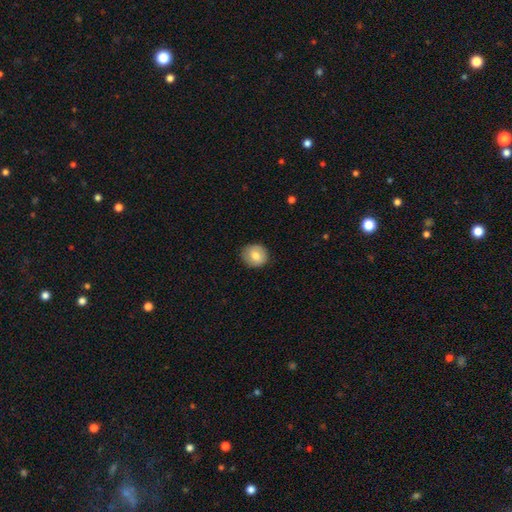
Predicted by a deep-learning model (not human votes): Smooth or featured: smooth — 75% (featured or disk — 18%)
How rounded: round — 81% (in between — 18%)
Merging: none — 87% (minor disturbance — 10%)